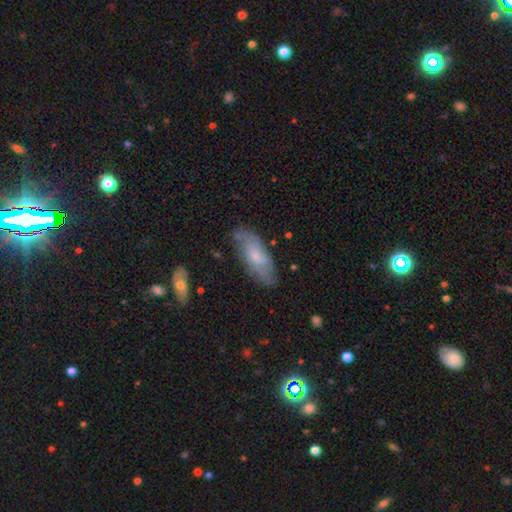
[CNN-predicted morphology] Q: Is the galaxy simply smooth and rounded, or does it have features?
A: featured or disk — 51%.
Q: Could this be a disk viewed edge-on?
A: no — 84%.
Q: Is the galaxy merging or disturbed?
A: none — 72%.